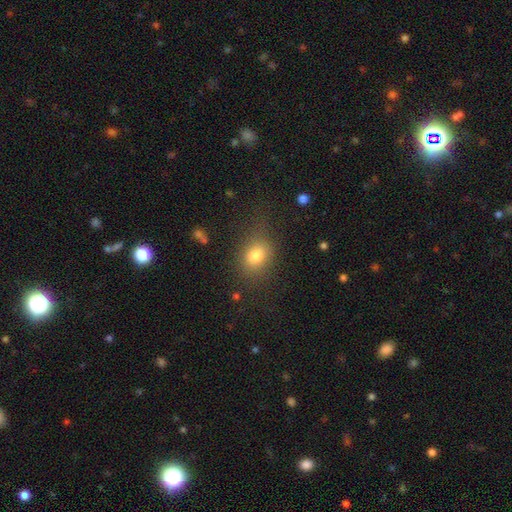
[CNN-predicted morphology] The model was most divided on "how rounded": in between: 59%, round: 39%, cigar-shaped: 2%. More confident: smooth or featured — smooth (79%); merging — none (71%).